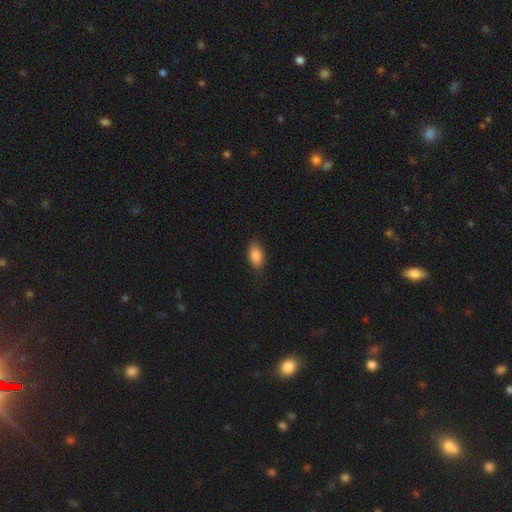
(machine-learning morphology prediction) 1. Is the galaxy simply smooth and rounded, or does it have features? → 86% smooth, 7% star or artifact, 7% featured or disk.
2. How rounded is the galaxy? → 90% in between, 6% round, 4% cigar-shaped.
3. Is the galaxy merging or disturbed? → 79% none, 17% minor disturbance, 3% major disturbance, 1% merger.